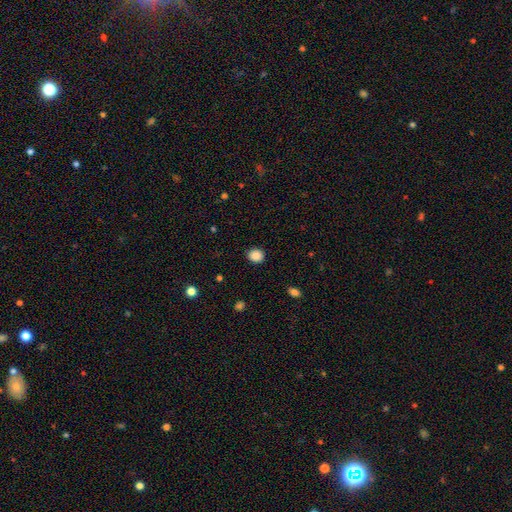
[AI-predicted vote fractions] Overall: smooth (88%). How rounded: round (76%). Merging: none (89%).